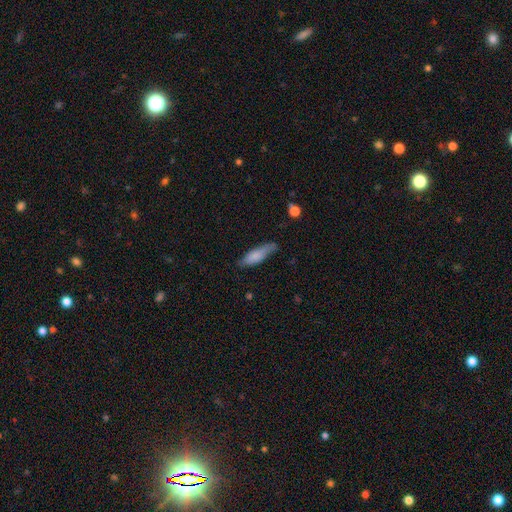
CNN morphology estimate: This appears to be a smooth galaxy with no disk features (78%) that is cigar-shaped (56%). Merging: none (60%).